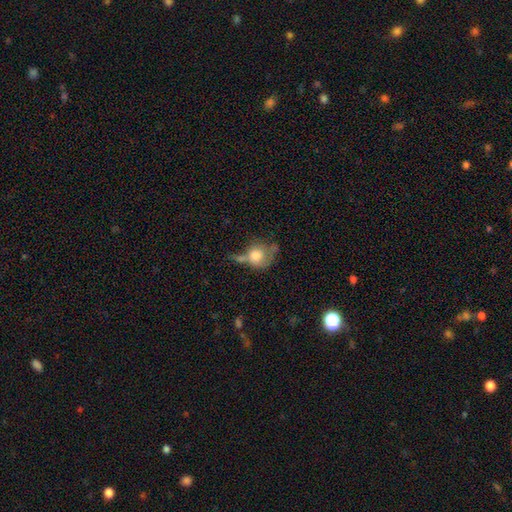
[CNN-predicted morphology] This is likely a smooth galaxy (71%). How rounded: likely round (72%). Merging: marginally merger (29%).